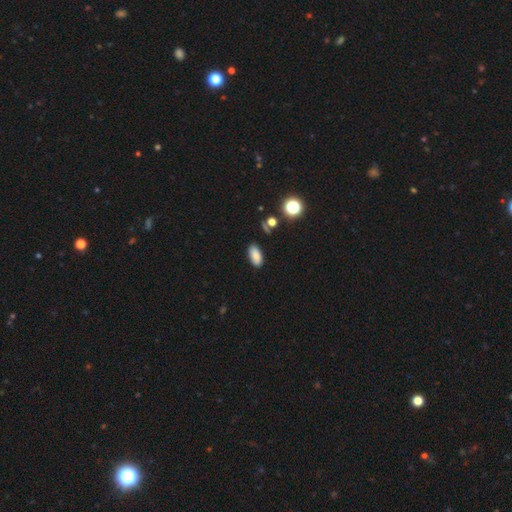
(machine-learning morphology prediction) Smooth or featured: smooth — 82% (star or artifact — 11%)
How rounded: in between — 90% (cigar-shaped — 7%)
Merging: none — 83% (minor disturbance — 12%)